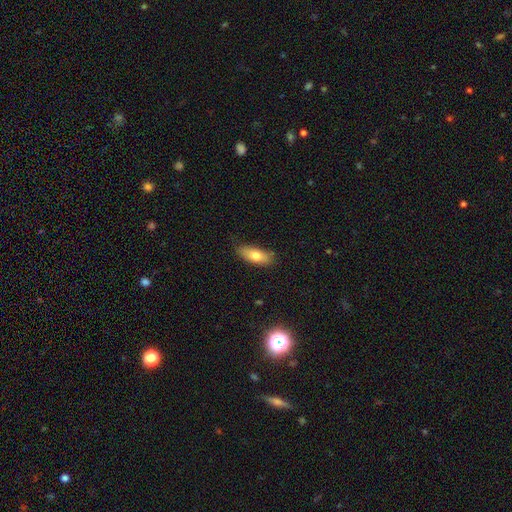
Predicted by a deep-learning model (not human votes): Overall: smooth (74%). How rounded: in between (79%). Merging: none (77%).